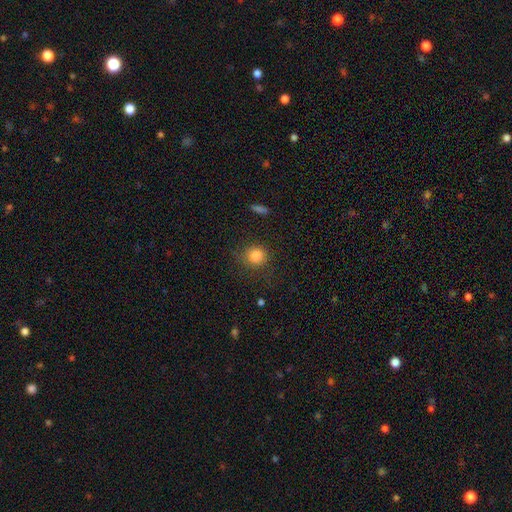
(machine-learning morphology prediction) Smooth or featured? Predicted: smooth (p=0.84). How rounded? Predicted: round (p=0.87). Merging? Predicted: none (p=0.81).